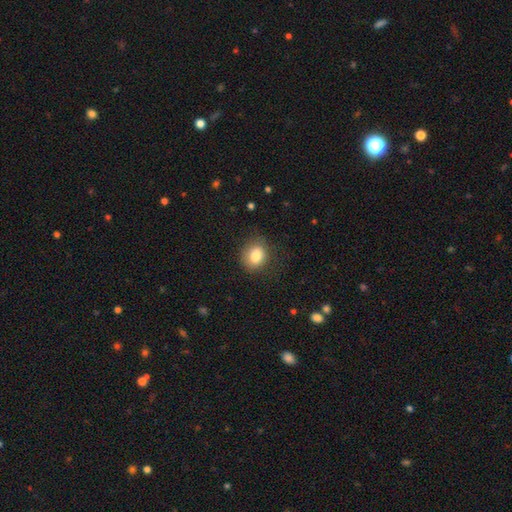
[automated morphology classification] smooth-or-featured: smooth: 82% | star or artifact: 10% | featured or disk: 8%
  how-rounded: round: 61% | in between: 38% | cigar-shaped: 1%
  merging: none: 77% | minor disturbance: 16% | major disturbance: 5% | merger: 1%